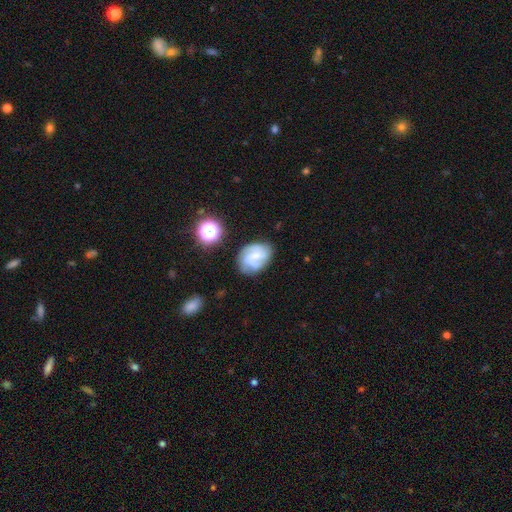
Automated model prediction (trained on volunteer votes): The model was most divided on "bar": weak: 46%, no: 39%, strong: 15%. Remaining: edge-on disk — no (97%); spiral arms — yes (83%); merging — none (63%); smooth or featured — featured or disk (60%); bulge size — small (50%).